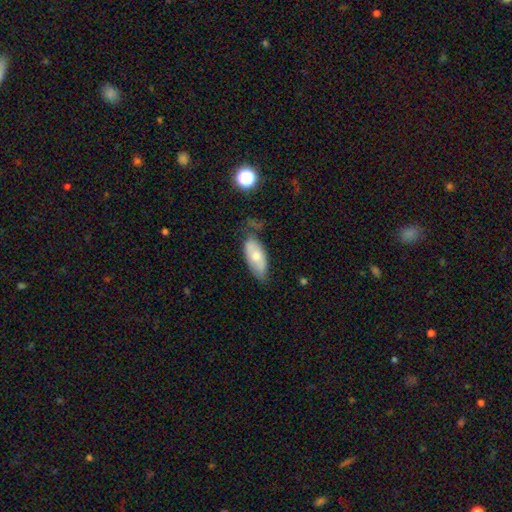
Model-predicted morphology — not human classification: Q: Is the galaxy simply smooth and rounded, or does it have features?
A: smooth — 66%.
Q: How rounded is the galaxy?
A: in between — 87%.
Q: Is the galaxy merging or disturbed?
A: none — 58%.